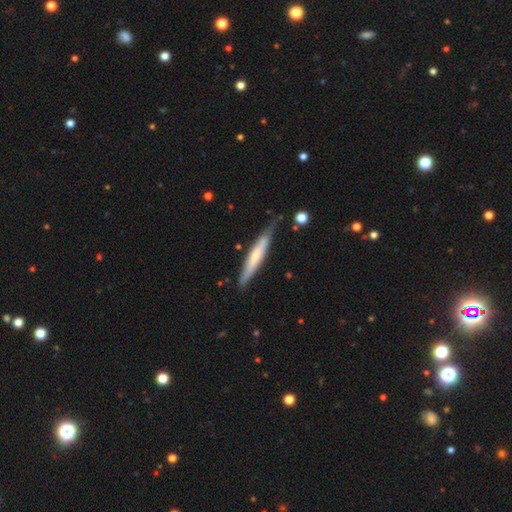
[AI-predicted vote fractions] smooth_or_featured: smooth (p=0.50) [alt: featured or disk p=0.45]
how_rounded: cigar-shaped (p=0.93) [alt: in between p=0.06]
merging: none (p=0.71) [alt: minor disturbance p=0.22]